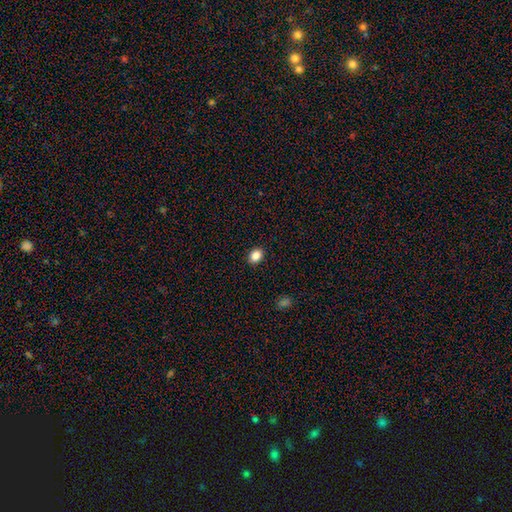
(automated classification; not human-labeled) This appears to be a smooth galaxy with no disk features (86%) that is in between round and cigar-shaped (59%). Merging: none (91%).